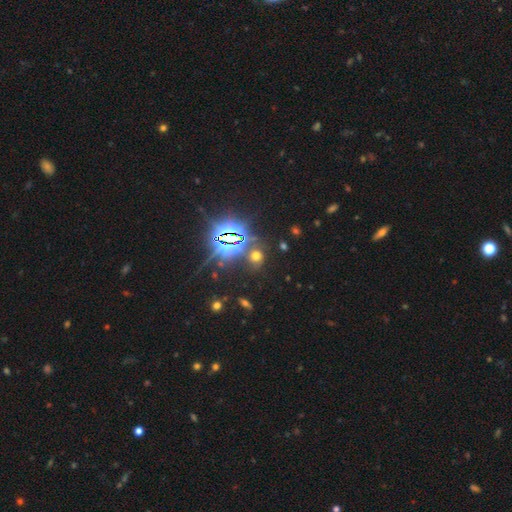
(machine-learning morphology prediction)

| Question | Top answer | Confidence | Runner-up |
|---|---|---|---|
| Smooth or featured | star or artifact | 51% | smooth (39%) |